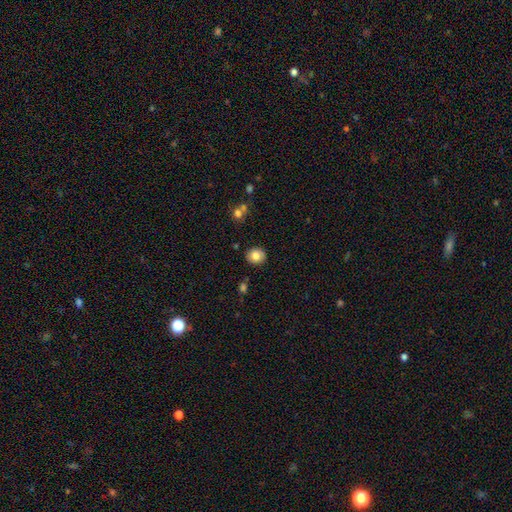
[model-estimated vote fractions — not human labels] A smooth galaxy with no disk features (80%) that is round (80%).

Vote fractions:
- Smooth or featured? smooth: 80% / featured or disk: 10% / star or artifact: 9%
- How rounded? round: 80% / in between: 19% / cigar-shaped: 1%
- Merging? none: 88% / minor disturbance: 8% / major disturbance: 2% / merger: 2%